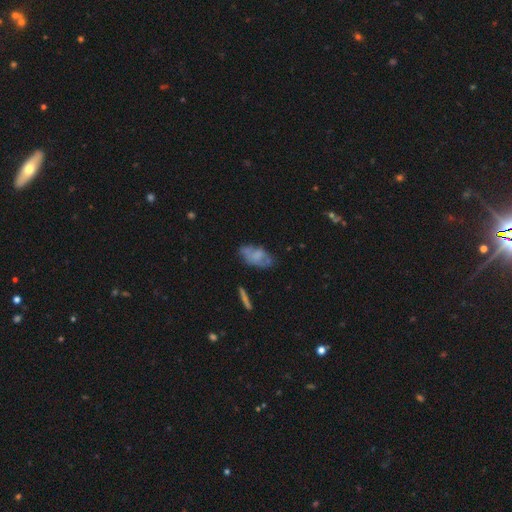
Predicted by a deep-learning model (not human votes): This is possibly a smooth galaxy (50%). Merging: possibly none (50%).